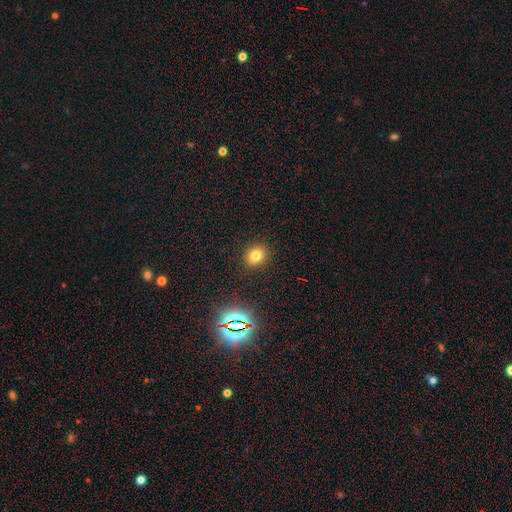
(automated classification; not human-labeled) Morphology: type=smooth (74%); roundness=round (68%); merging=none (89%).